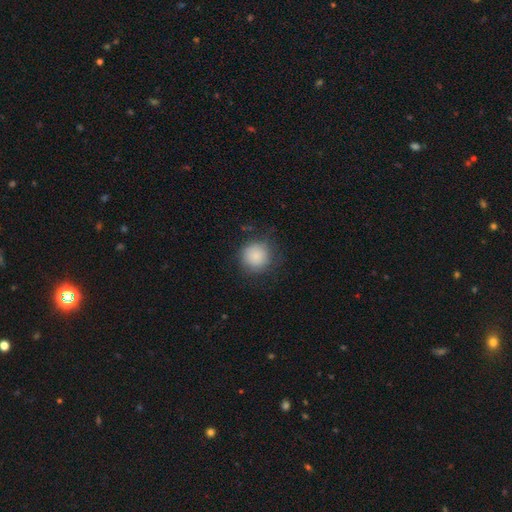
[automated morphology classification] The model was most divided on "merging": none: 78%, minor disturbance: 15%, major disturbance: 6%, merger: 1%. More confident: how rounded — round (94%); smooth or featured — smooth (85%).